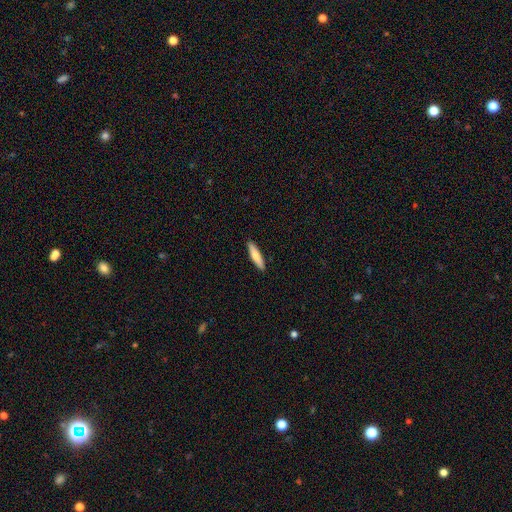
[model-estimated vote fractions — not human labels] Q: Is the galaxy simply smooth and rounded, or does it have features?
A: smooth — 73%.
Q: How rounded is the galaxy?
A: cigar-shaped — 81%.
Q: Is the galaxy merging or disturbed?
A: none — 91%.